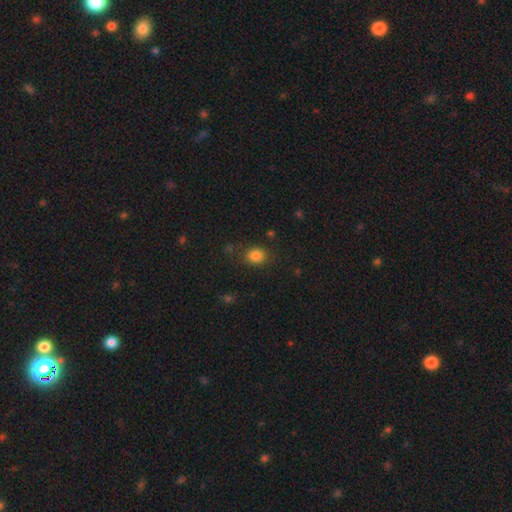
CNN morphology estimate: A smooth galaxy with no disk features (83%) that is round (67%). Merging: none (82%).